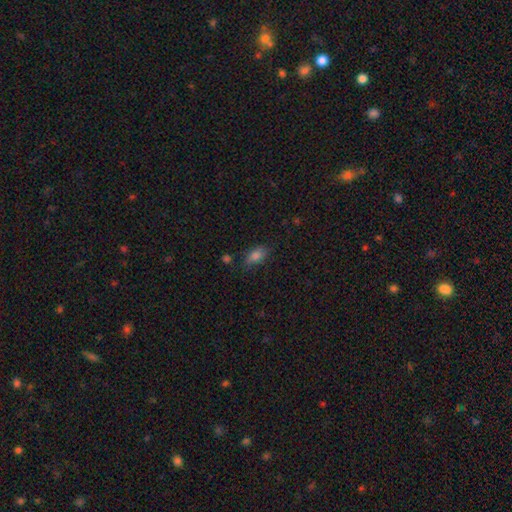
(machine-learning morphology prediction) The model was most divided on "merging": none: 73%, minor disturbance: 20%, major disturbance: 4%, merger: 3%. More confident: how rounded — in between (87%); smooth or featured — smooth (80%).